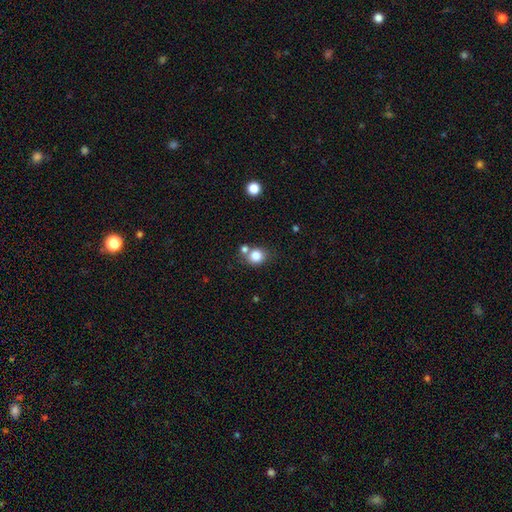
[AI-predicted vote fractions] This is clearly a smooth galaxy (82%). How rounded: likely round (77%). Merging: likely none (61%).